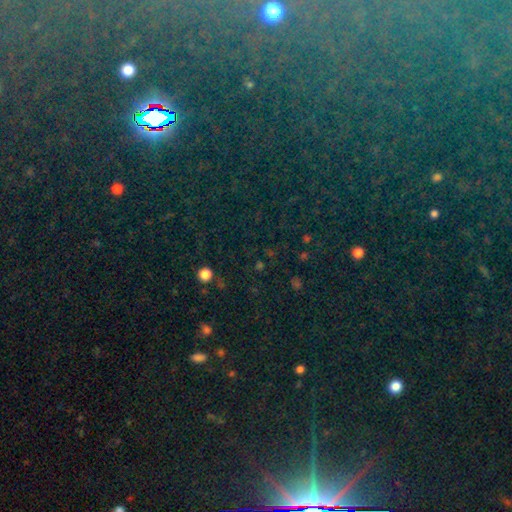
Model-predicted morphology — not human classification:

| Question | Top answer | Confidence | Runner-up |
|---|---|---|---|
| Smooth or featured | star or artifact | 79% | smooth (13%) |